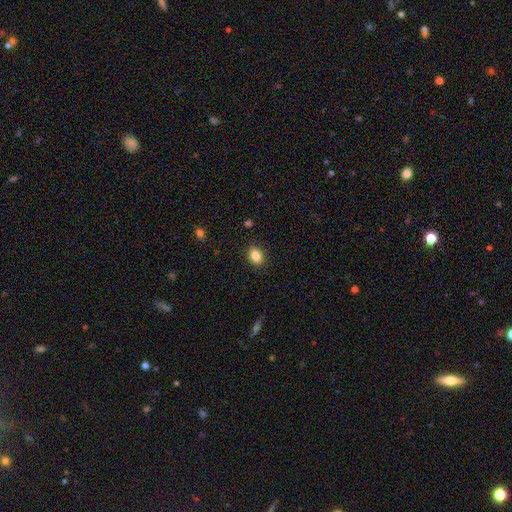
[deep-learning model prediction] Smooth or featured?
  - smooth: 84% *
  - star or artifact: 9%
  - featured or disk: 6%
How rounded?
  - in between: 61% *
  - round: 38%
  - cigar-shaped: 1%
Merging?
  - none: 89% *
  - minor disturbance: 8%
  - major disturbance: 2%
  - merger: 1%